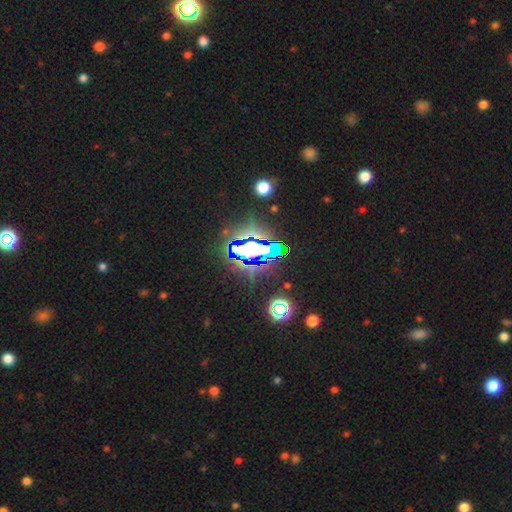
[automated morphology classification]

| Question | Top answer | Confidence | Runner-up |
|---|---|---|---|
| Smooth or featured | star or artifact | 79% | smooth (11%) |